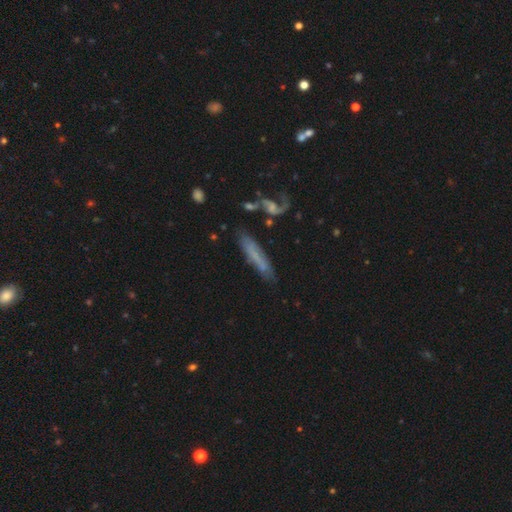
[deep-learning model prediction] smooth 51%, featured or disk 39%, star or artifact 10%. Down the decision tree: how rounded — cigar-shaped (85%); merging — none (67%).